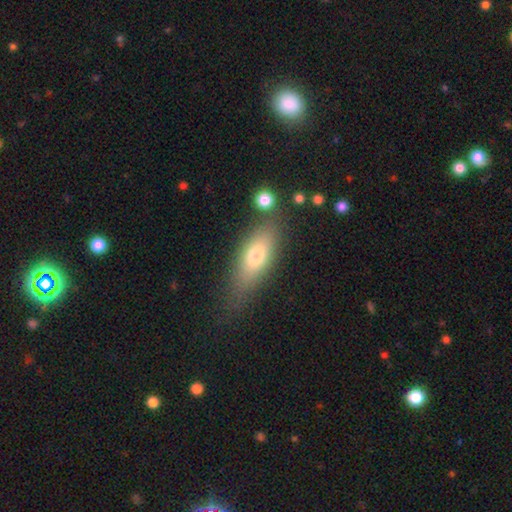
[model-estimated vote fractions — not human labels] A smooth galaxy with no disk features (68%) that is in between round and cigar-shaped (66%). Merging: none (69%).